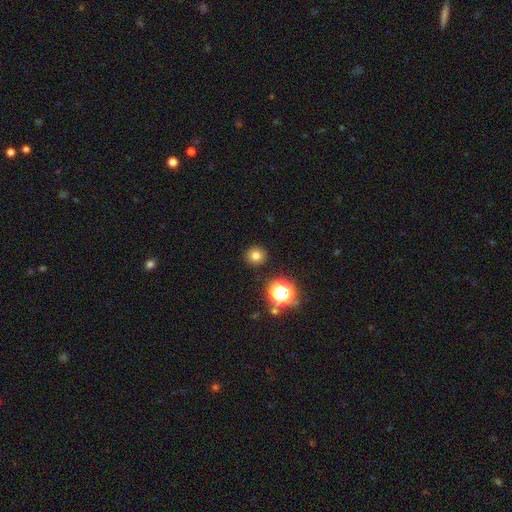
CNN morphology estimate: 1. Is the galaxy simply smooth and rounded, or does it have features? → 77% smooth, 17% star or artifact, 7% featured or disk.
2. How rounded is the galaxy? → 92% round, 7% in between, 1% cigar-shaped.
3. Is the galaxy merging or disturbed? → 90% none, 6% minor disturbance, 2% major disturbance, 2% merger.